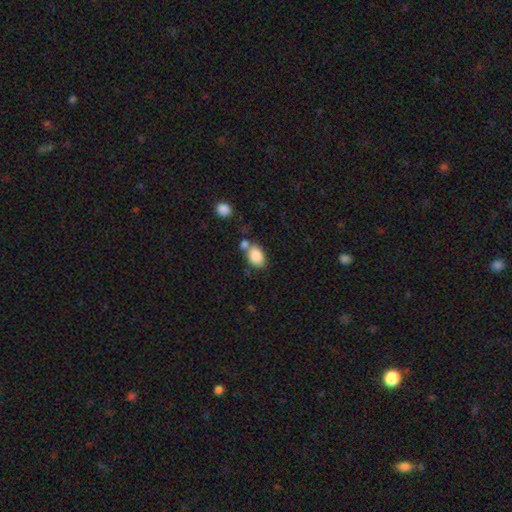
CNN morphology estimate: smooth_or_featured: smooth (p=0.87) [alt: star or artifact p=0.08]
how_rounded: in between (p=0.84) [alt: round p=0.15]
merging: none (p=0.54) [alt: merger p=0.25]